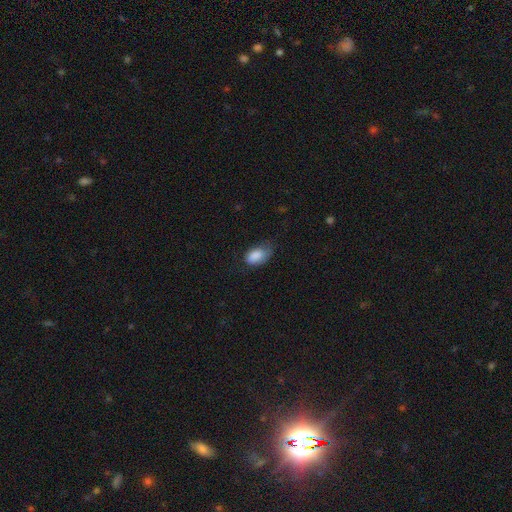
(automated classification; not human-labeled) This is clearly a smooth galaxy (86%). How rounded: clearly in between (91%). Merging: possibly none (48%).